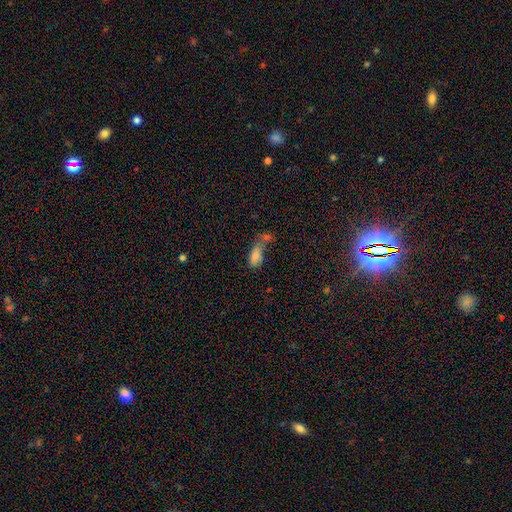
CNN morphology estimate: smooth_or_featured: smooth (p=0.78) [alt: featured or disk p=0.12]
how_rounded: in between (p=0.88) [alt: cigar-shaped p=0.08]
merging: merger (p=0.48) [alt: none p=0.23]